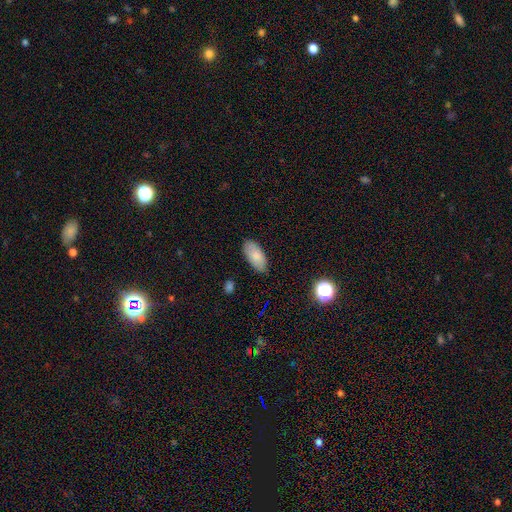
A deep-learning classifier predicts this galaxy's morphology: A smooth galaxy with no disk features (83%) that is in between round and cigar-shaped (93%). Merging: none (82%).